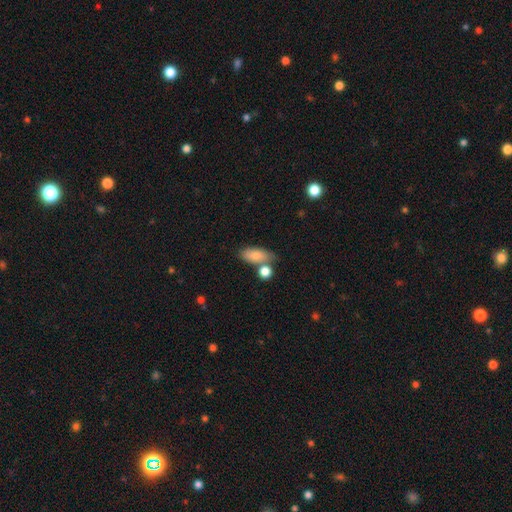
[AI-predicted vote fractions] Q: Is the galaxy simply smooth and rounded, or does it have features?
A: smooth — 83%.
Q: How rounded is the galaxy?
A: in between — 84%.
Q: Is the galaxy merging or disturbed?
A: none — 57%.